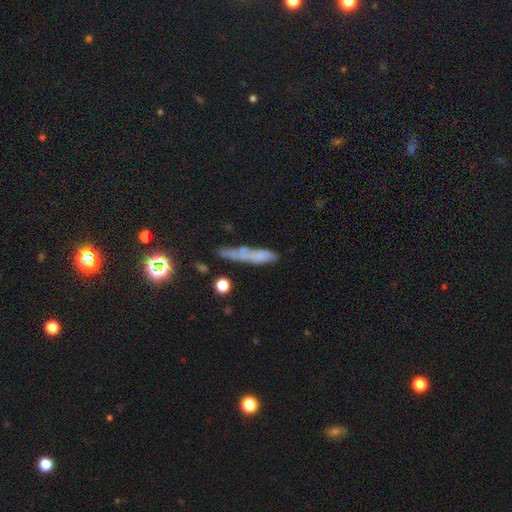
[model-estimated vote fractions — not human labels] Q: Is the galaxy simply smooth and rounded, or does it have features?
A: smooth — 53%.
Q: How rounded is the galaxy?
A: cigar-shaped — 86%.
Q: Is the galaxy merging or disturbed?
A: none — 51%.